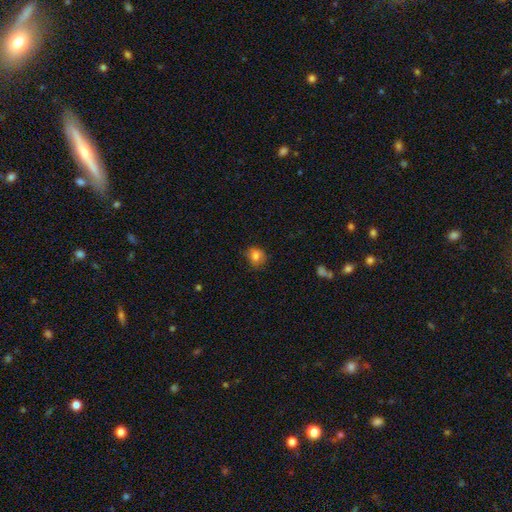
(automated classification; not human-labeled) A smooth galaxy with no disk features (82%) that is round (76%). Merging: none (76%).